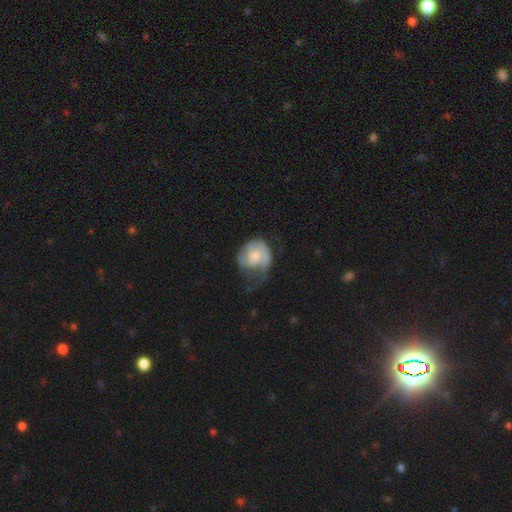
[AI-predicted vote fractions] This appears to be a featured or disk galaxy (54%) with no bar (74%), spiral arms (77%) and a moderate central bulge (43%). Merging: major disturbance (39%).